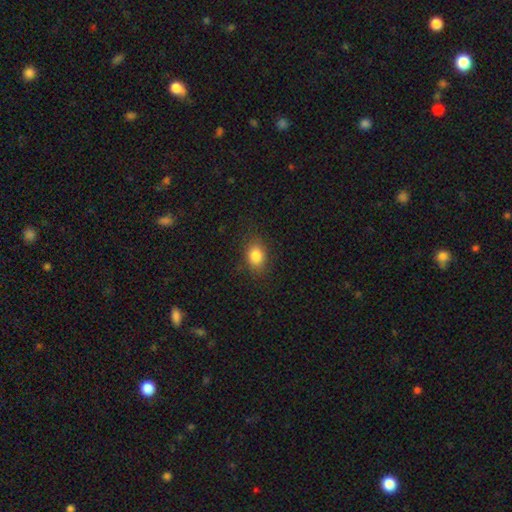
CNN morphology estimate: Overall: smooth (83%). How rounded: in between (67%; round 32%). Merging: none (82%).